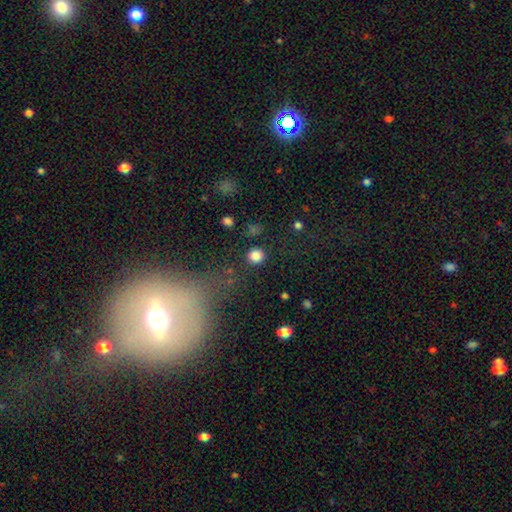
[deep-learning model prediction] Overall: smooth (84%). How rounded: round (90%). Merging: none (88%).